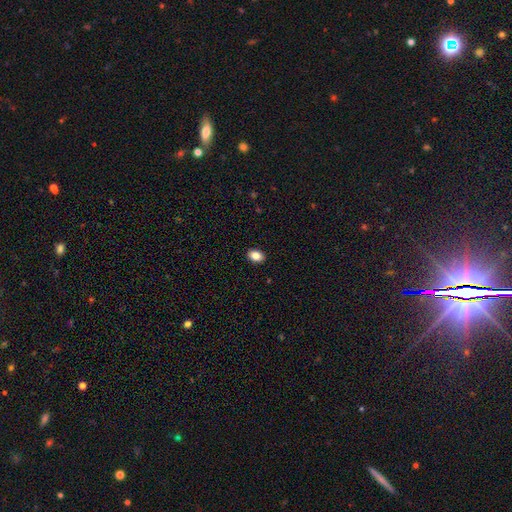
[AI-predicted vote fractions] Smooth or featured?
  - smooth: 85% *
  - star or artifact: 9%
  - featured or disk: 6%
How rounded?
  - in between: 80% *
  - round: 19%
  - cigar-shaped: 1%
Merging?
  - none: 90% *
  - minor disturbance: 7%
  - major disturbance: 2%
  - merger: 1%